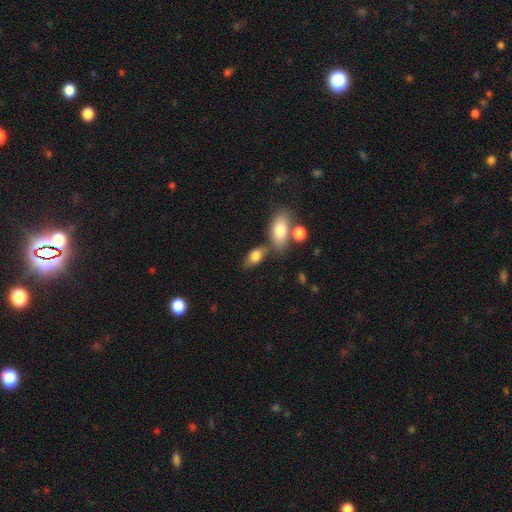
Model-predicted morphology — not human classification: smooth-or-featured: smooth: 79% | featured or disk: 13% | star or artifact: 8%
  how-rounded: in between: 85% | round: 10% | cigar-shaped: 5%
  merging: none: 55% | merger: 22% | minor disturbance: 17% | major disturbance: 6%